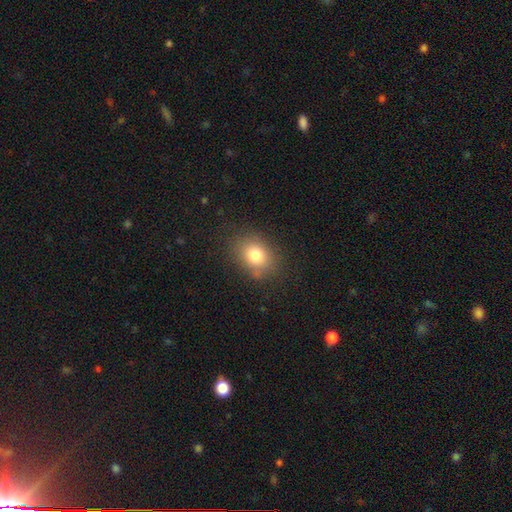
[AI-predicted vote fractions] This appears to be a smooth galaxy with no disk features (76%) that is round (58%). Merging: none (90%).